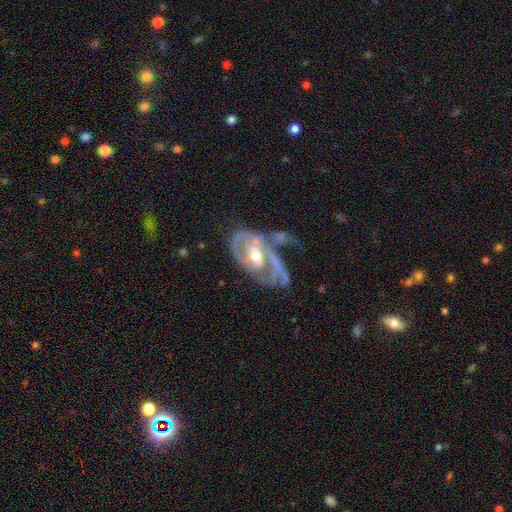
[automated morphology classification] type=featured or disk (83%); edge-on=no (96%); bar=weak (39%); spiral arms=yes (81%); winding=medium (43%); arm count=2 (52%); bulge=moderate (68%); merging=major disturbance (37%).